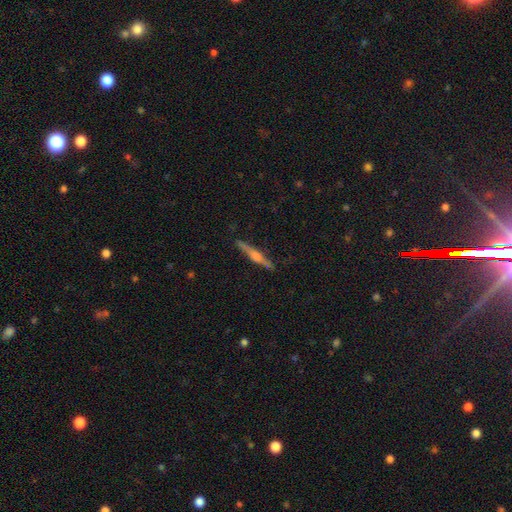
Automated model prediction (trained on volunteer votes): Morphology: type=featured or disk (74%); edge-on=yes (98%); edge-on bulge=rounded (86%); merging=none (90%).